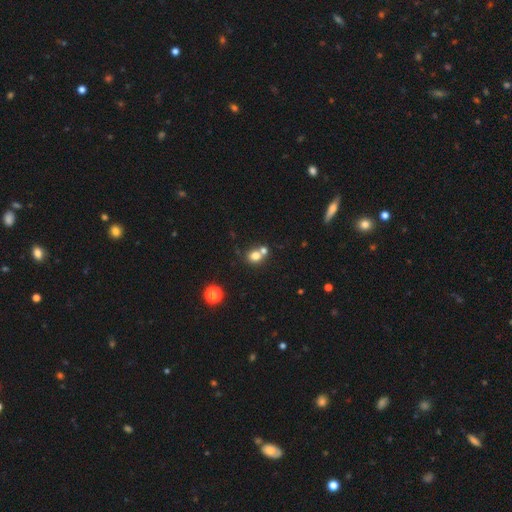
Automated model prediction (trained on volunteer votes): A smooth galaxy with no disk features (76%) that is round (71%).

Vote fractions:
- Smooth or featured? smooth: 76% / star or artifact: 14% / featured or disk: 10%
- How rounded? round: 71% / in between: 28% / cigar-shaped: 1%
- Merging? none: 45% / merger: 44% / minor disturbance: 8% / major disturbance: 3%